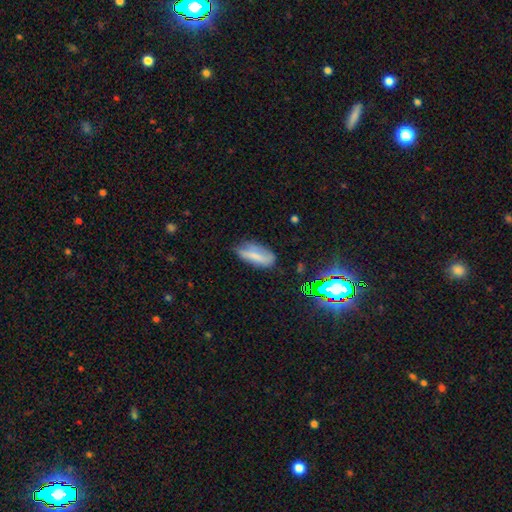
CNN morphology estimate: Smooth or featured? Predicted: smooth (p=0.68). How rounded? Predicted: in between (p=0.68). Merging? Predicted: none (p=0.58).